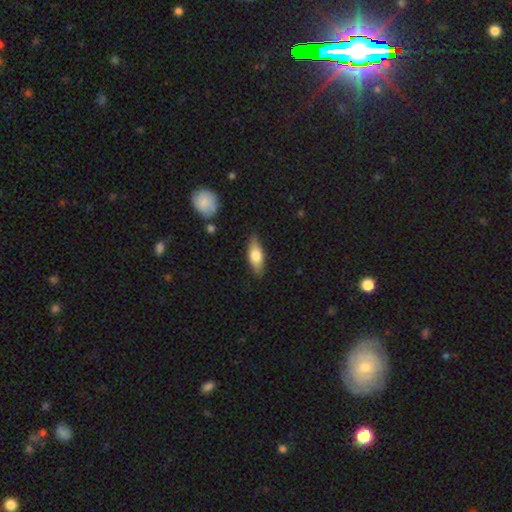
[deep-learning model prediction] smooth_or_featured: smooth (p=0.67) [alt: featured or disk p=0.27]
how_rounded: in between (p=0.64) [alt: cigar-shaped p=0.34]
merging: none (p=0.84) [alt: minor disturbance p=0.12]